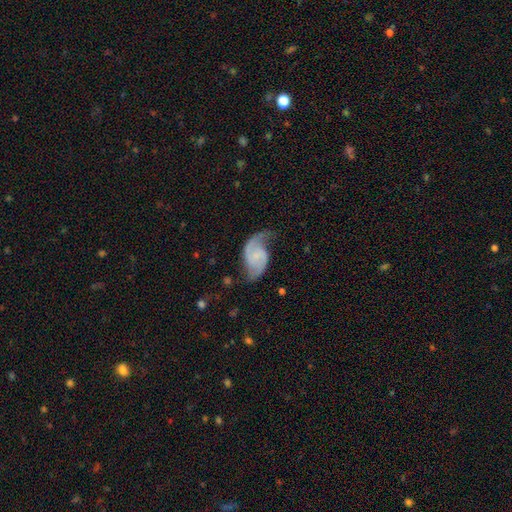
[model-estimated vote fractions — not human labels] Smooth or featured?
  - featured or disk: 83% *
  - smooth: 11%
  - star or artifact: 5%
Edge-on disk?
  - no: 98% *
  - yes: 2%
Bar?
  - no: 48% *
  - weak: 42%
  - strong: 11%
Spiral arms?
  - yes: 96% *
  - no: 4%
Spiral winding?
  - loose: 48% *
  - medium: 40%
  - tight: 12%
Spiral arm count?
  - 2: 91% *
  - 1: 3%
  - can't tell: 3%
  - 3: 1%
  - 4: 1%
  - more than 4: 1%
Bulge size?
  - small: 44% *
  - none: 39%
  - moderate: 13%
  - large: 2%
  - dominant: 1%
Merging?
  - none: 60% *
  - minor disturbance: 23%
  - major disturbance: 15%
  - merger: 2%